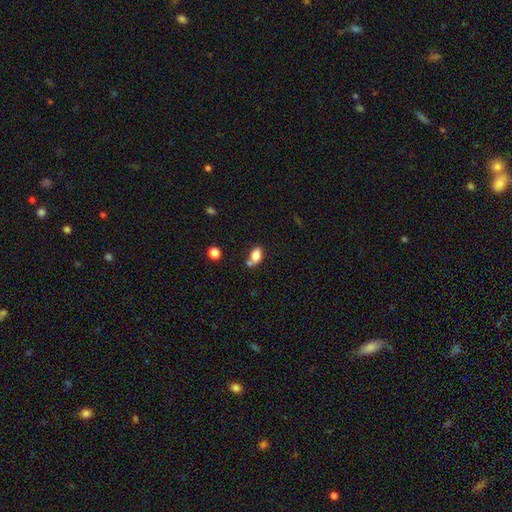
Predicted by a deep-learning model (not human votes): Q: Smooth or featured?
A: smooth (80%); runner-up: featured or disk (10%)
Q: How rounded?
A: in between (86%); runner-up: round (11%)
Q: Merging?
A: none (56%); runner-up: merger (23%)